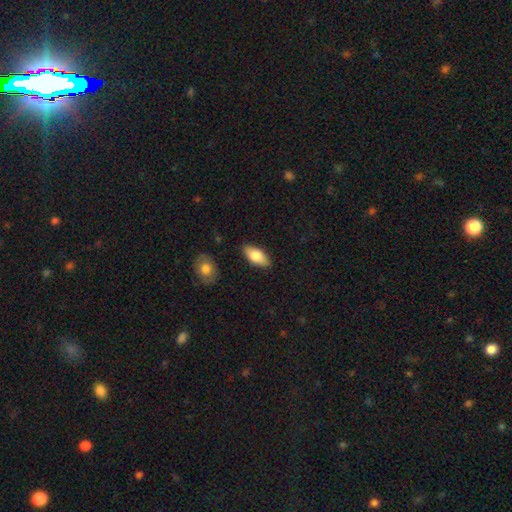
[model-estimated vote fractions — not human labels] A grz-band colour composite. It shows a smooth galaxy with no disk features (78%) that is in between round and cigar-shaped (88%). Merging: none (86%).